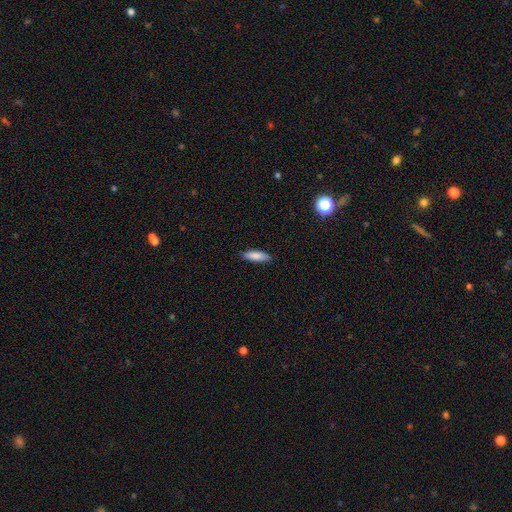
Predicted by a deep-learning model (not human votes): Morphology: type=smooth (86%); roundness=cigar-shaped (51%); merging=none (86%).